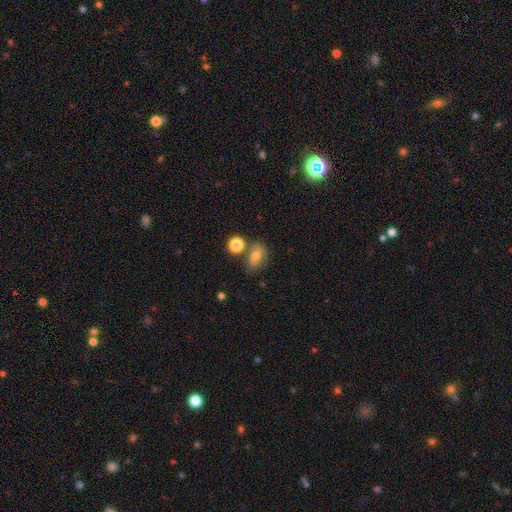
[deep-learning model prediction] Morphology: type=smooth (73%); roundness=in between (75%); merging=none (62%).